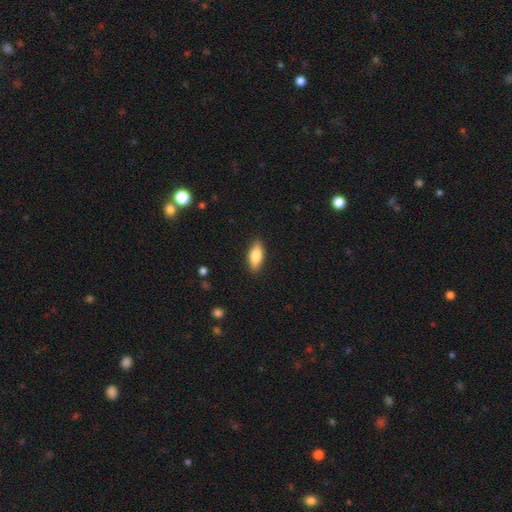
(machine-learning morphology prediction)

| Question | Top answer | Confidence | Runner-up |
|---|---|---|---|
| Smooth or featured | smooth | 79% | featured or disk (15%) |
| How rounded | in between | 81% | cigar-shaped (17%) |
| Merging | none | 88% | minor disturbance (9%) |